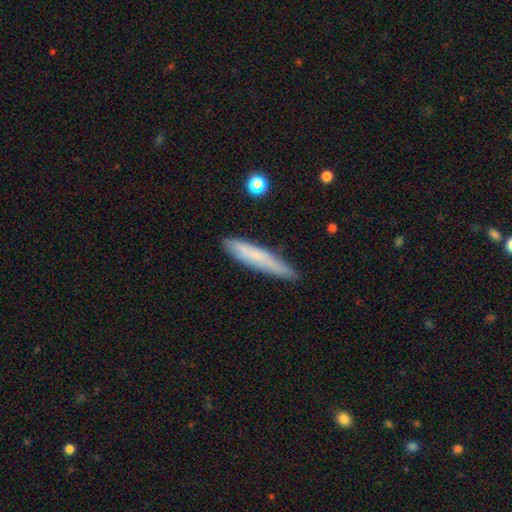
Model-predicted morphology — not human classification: smooth_or_featured: smooth (p=0.66) [alt: featured or disk p=0.27]
how_rounded: cigar-shaped (p=0.89) [alt: in between p=0.09]
merging: none (p=0.79) [alt: minor disturbance p=0.17]